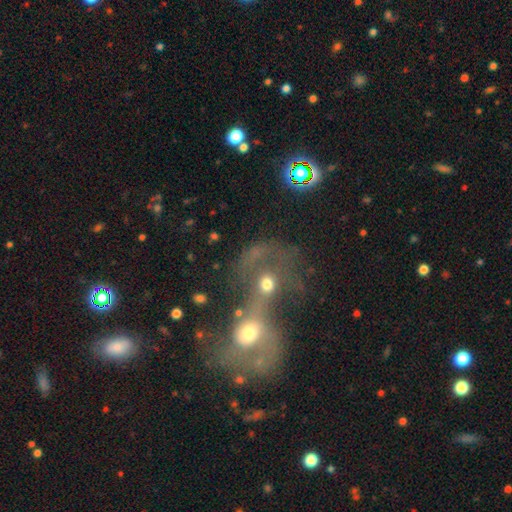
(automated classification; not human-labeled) Smooth or featured? Predicted: featured or disk (p=0.40). Merging? Predicted: merger (p=0.82).